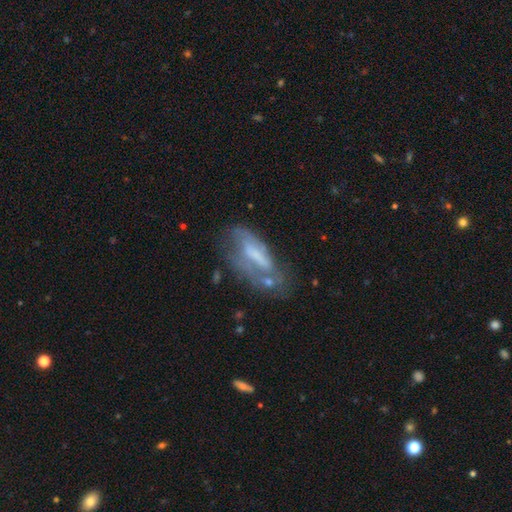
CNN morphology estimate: Smooth or featured?
  - featured or disk: 59% *
  - smooth: 32%
  - star or artifact: 9%
Edge-on disk?
  - no: 81% *
  - yes: 19%
Merging?
  - none: 44% *
  - minor disturbance: 26%
  - major disturbance: 21%
  - merger: 9%